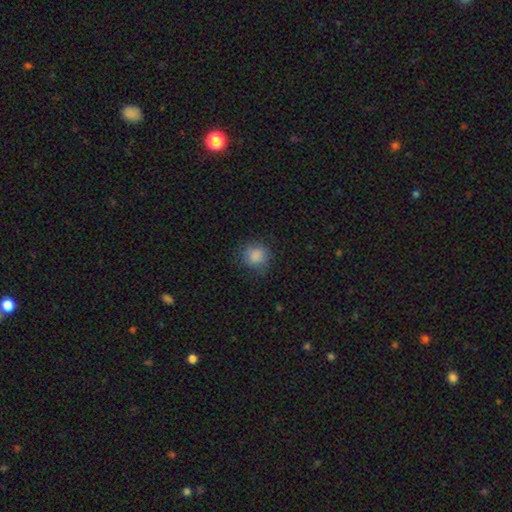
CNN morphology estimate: This is clearly a smooth galaxy (86%). How rounded: clearly round (86%). Merging: clearly none (80%).